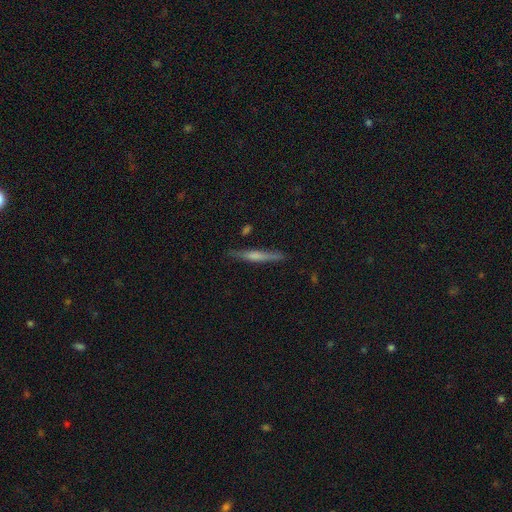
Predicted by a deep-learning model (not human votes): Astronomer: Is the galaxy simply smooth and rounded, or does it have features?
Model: featured or disk — 56% (runner-up: smooth, 37%).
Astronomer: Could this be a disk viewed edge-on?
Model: yes — 97%.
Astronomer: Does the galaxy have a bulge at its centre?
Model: rounded — 53% (runner-up: none, 32%).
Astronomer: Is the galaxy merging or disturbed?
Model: none — 87%.